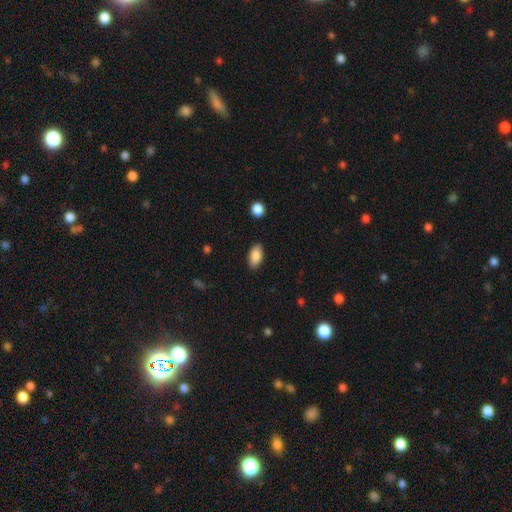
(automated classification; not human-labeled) This appears to be a smooth galaxy with no disk features (88%) that is in between round and cigar-shaped (92%). Merging: none (87%).